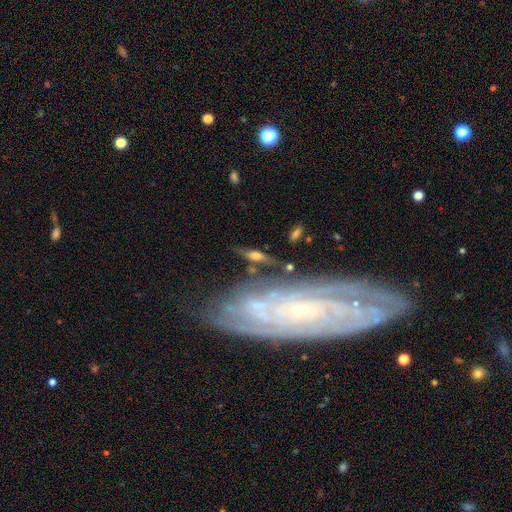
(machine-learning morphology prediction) featured or disk 52%, smooth 37%, star or artifact 10%. Down the decision tree: edge-on disk — yes (61%); merging — none (61%).